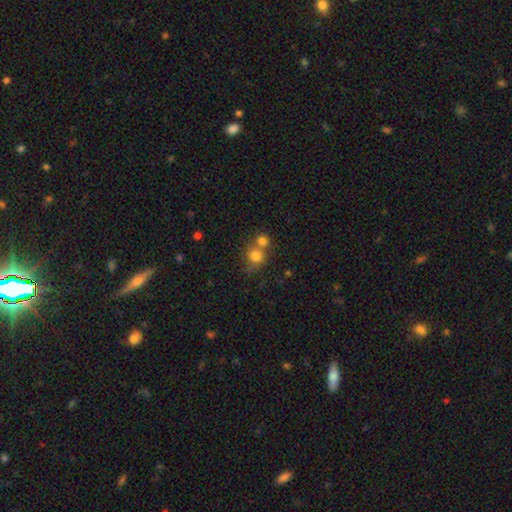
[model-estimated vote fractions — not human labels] This appears to be a smooth galaxy with no disk features (78%) that is round (83%). Merging: merger (46%).